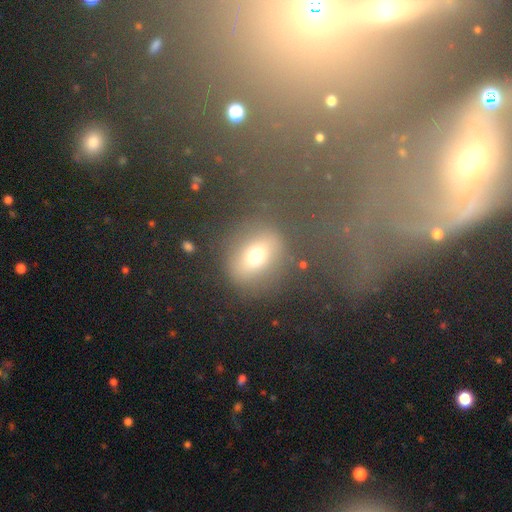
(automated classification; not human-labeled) The model was most divided on "how rounded": in between: 52%, round: 43%, cigar-shaped: 5%. More confident: merging — none (77%); smooth or featured — smooth (58%).